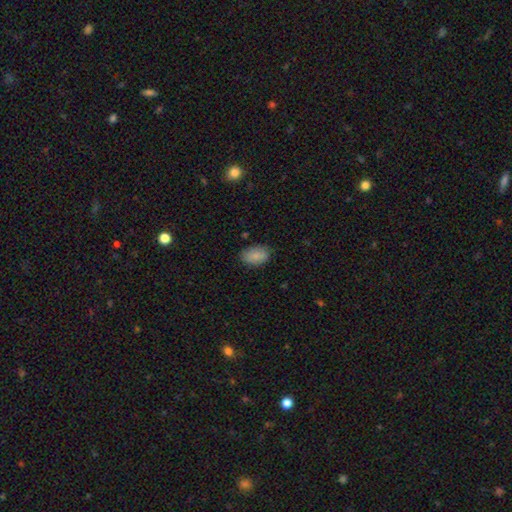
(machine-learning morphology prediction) A smooth galaxy with no disk features (87%) that is in between round and cigar-shaped (89%). Merging: none (82%).